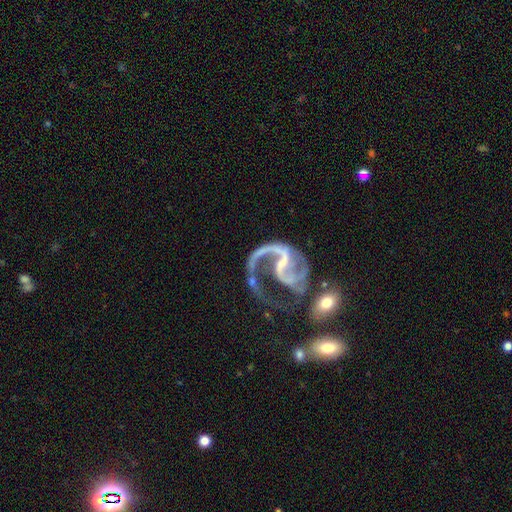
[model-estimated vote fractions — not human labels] Smooth or featured? Predicted: featured or disk (p=0.89). Edge-on disk? Predicted: no (p=0.97). Bar? Predicted: weak (p=0.40). Spiral arms? Predicted: yes (p=0.96). Spiral winding? Predicted: medium (p=0.49). Spiral arm count? Predicted: 2 (p=0.75). Bulge size? Predicted: small (p=0.58). Merging? Predicted: none (p=0.37).